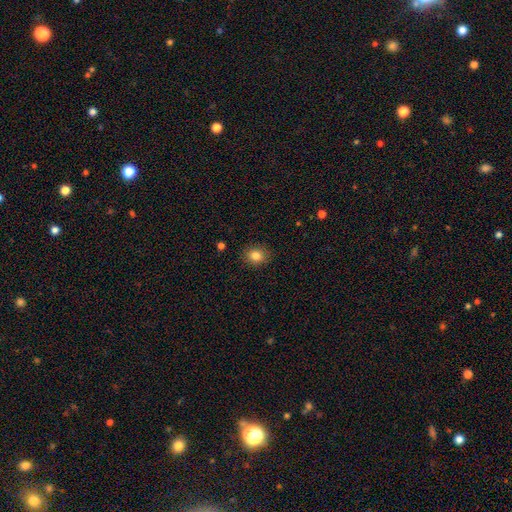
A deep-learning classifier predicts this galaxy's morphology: This appears to be a smooth galaxy with no disk features (83%) that is round (62%). Merging: none (89%).